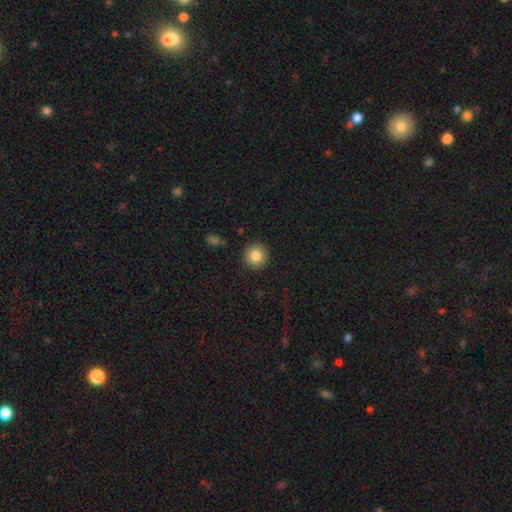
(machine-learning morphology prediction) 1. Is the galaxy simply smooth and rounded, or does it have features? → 83% smooth, 10% star or artifact, 8% featured or disk.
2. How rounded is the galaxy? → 95% round, 4% in between, 1% cigar-shaped.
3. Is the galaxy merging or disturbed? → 92% none, 5% minor disturbance, 2% major disturbance, 1% merger.